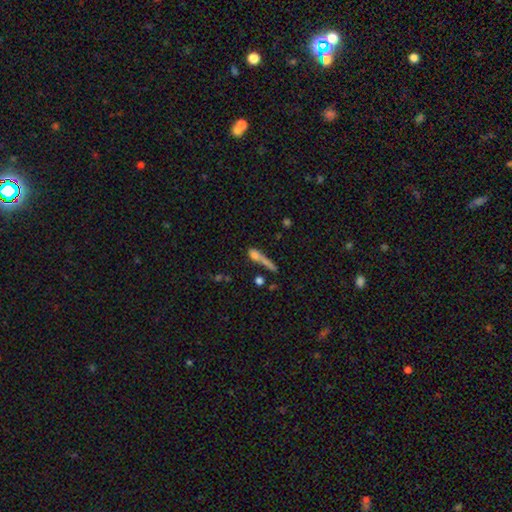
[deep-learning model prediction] This is possibly a smooth galaxy (59%). How rounded: likely cigar-shaped (69%). Merging: marginally none (37%).